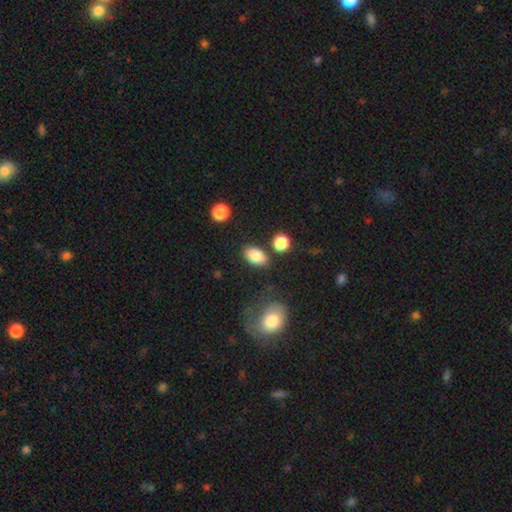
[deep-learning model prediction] Smooth or featured? Predicted: smooth (p=0.85). How rounded? Predicted: in between (p=0.90). Merging? Predicted: none (p=0.77).